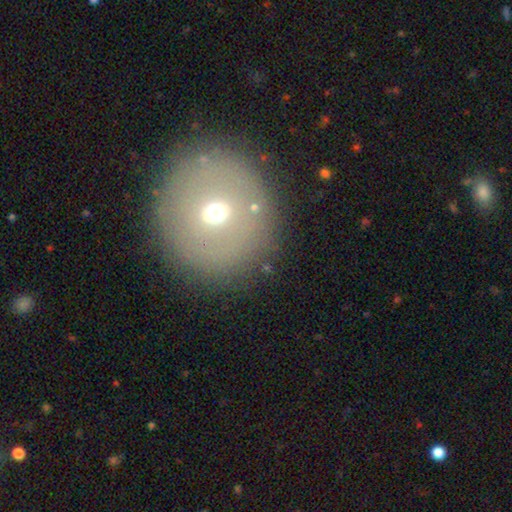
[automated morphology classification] Overall: smooth (59%; featured or disk 24%). How rounded: round (91%). Merging: none (86%).